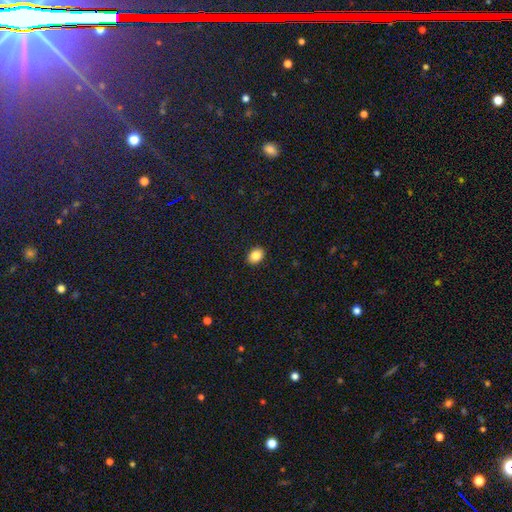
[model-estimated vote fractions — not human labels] Morphology: type=smooth (84%); roundness=in between (67%); merging=none (91%).